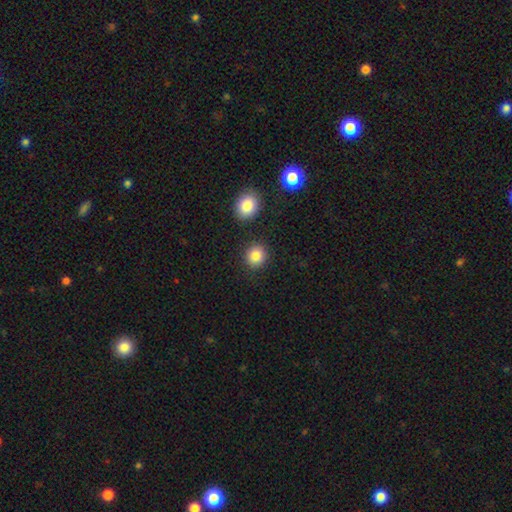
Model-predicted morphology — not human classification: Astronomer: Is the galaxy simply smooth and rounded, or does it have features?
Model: smooth — 86%.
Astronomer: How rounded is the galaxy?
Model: round — 85%.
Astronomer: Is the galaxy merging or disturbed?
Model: none — 87%.